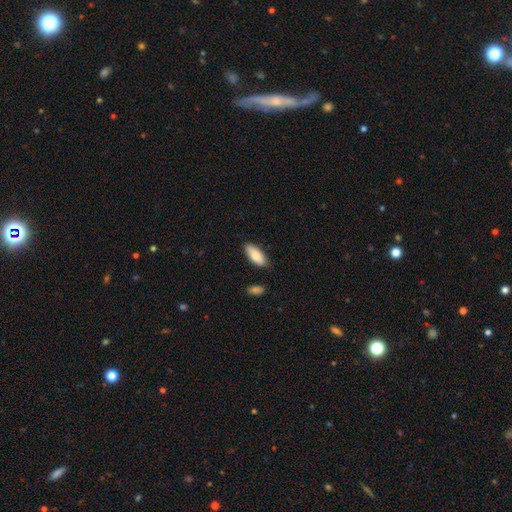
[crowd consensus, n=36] Smooth or featured? smooth (75%)
How rounded? in between (93%)
Merging? none (76%)